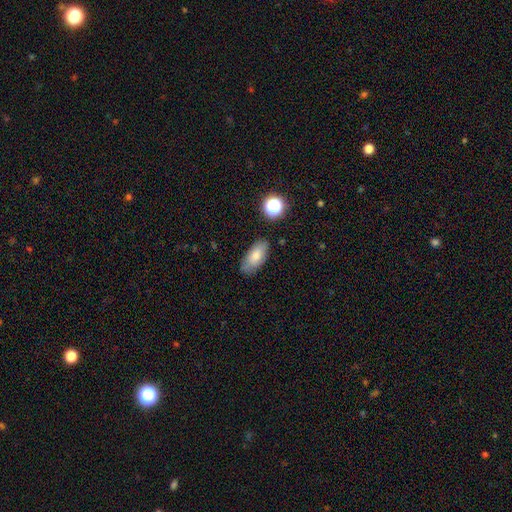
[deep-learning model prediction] Morphology: type=smooth (77%); roundness=in between (87%); merging=none (76%).